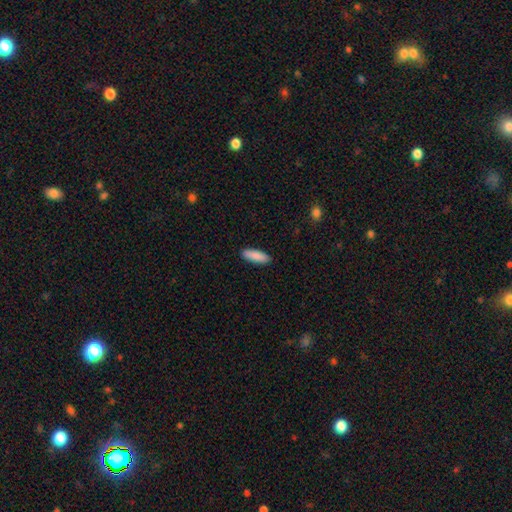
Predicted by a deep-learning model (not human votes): smooth 89%, star or artifact 5%, featured or disk 5%. Down the decision tree: how rounded — in between (56%); merging — none (90%).